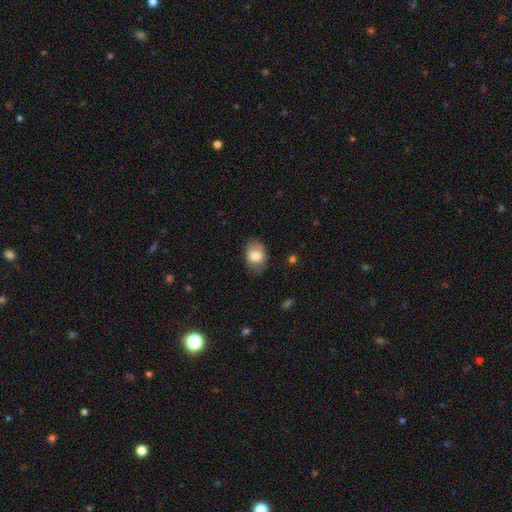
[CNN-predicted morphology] smooth_or_featured: smooth (p=0.78) [alt: featured or disk p=0.15]
how_rounded: in between (p=0.73) [alt: round p=0.26]
merging: none (p=0.77) [alt: minor disturbance p=0.17]